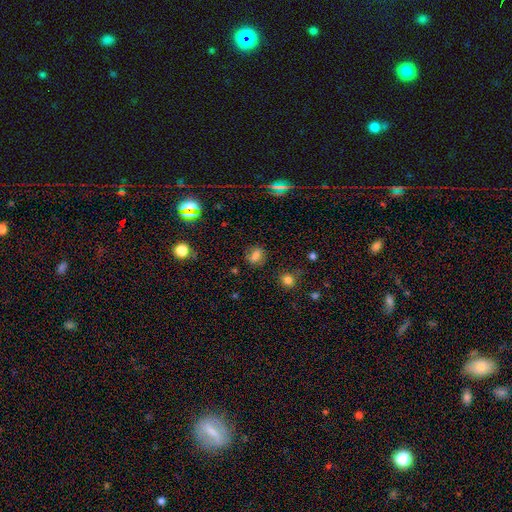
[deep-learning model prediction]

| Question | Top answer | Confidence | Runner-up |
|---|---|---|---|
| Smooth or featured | smooth | 68% | star or artifact (16%) |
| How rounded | in between | 49% | round (48%) |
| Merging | none | 81% | minor disturbance (12%) |